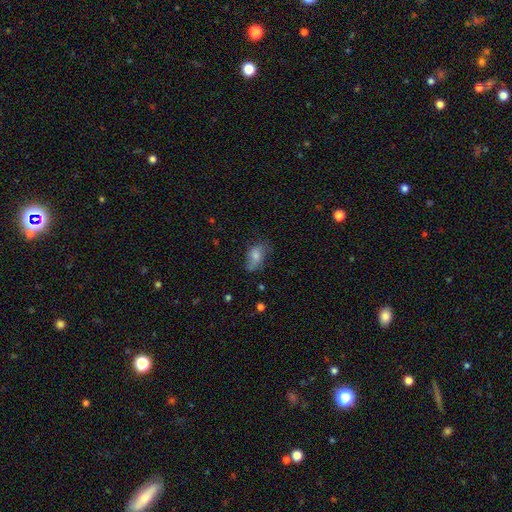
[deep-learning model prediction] smooth_or_featured: smooth (p=0.71) [alt: featured or disk p=0.19]
how_rounded: in between (p=0.87) [alt: round p=0.10]
merging: none (p=0.48) [alt: minor disturbance p=0.32]